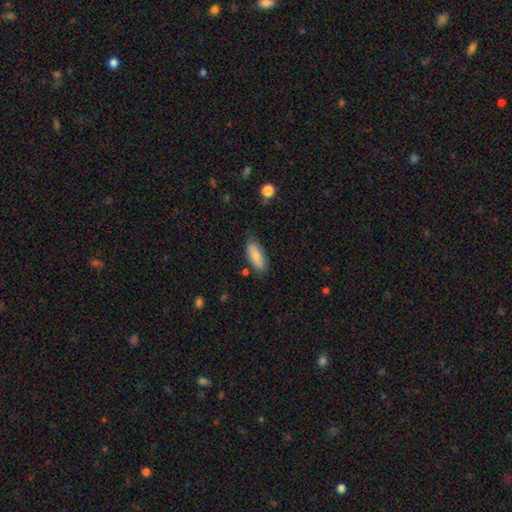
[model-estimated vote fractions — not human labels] Morphology: type=smooth (80%); roundness=in between (77%); merging=none (72%).